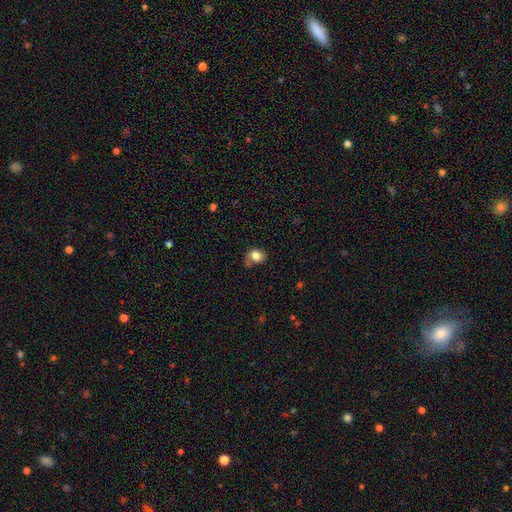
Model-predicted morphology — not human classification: smooth 78%, featured or disk 13%, star or artifact 9%. Down the decision tree: how rounded — round (53%); merging — none (46%).